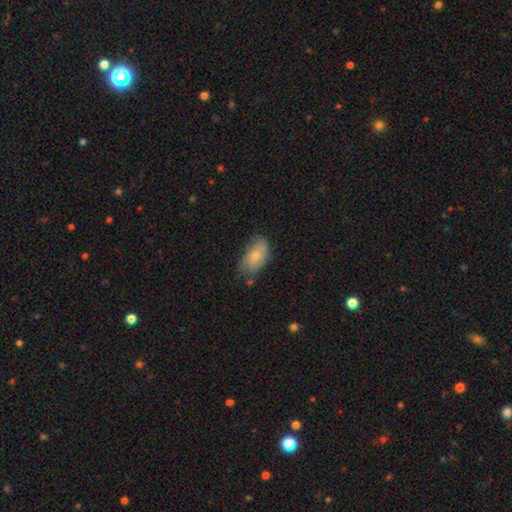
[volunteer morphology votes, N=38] This appears to be a smooth galaxy with no disk features (74%) that is in between round and cigar-shaped (93%). Merging: none (50%).